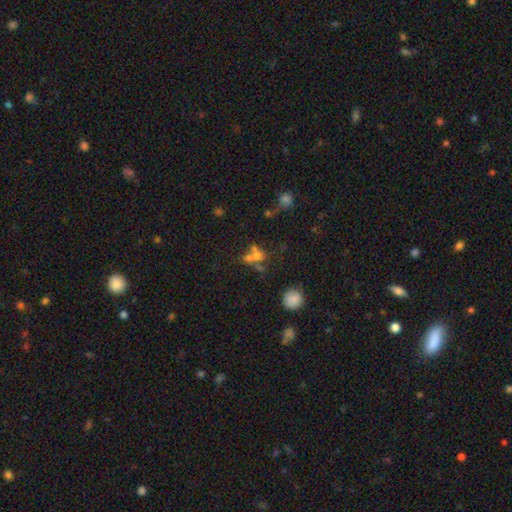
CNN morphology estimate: A smooth galaxy with no disk features (54%) that is round (64%).

Vote fractions:
- Smooth or featured? smooth: 54% / featured or disk: 25% / star or artifact: 21%
- How rounded? round: 64% / in between: 33% / cigar-shaped: 3%
- Merging? merger: 50% / none: 31% / minor disturbance: 9% / major disturbance: 9%